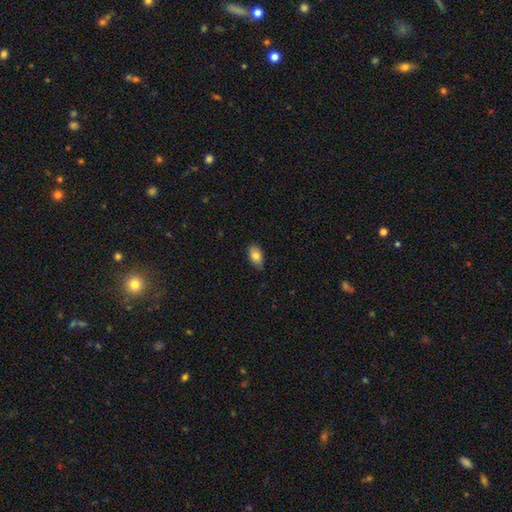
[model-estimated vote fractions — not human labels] Smooth or featured: smooth — 81% (featured or disk — 12%)
How rounded: in between — 92% (round — 6%)
Merging: none — 82% (minor disturbance — 15%)